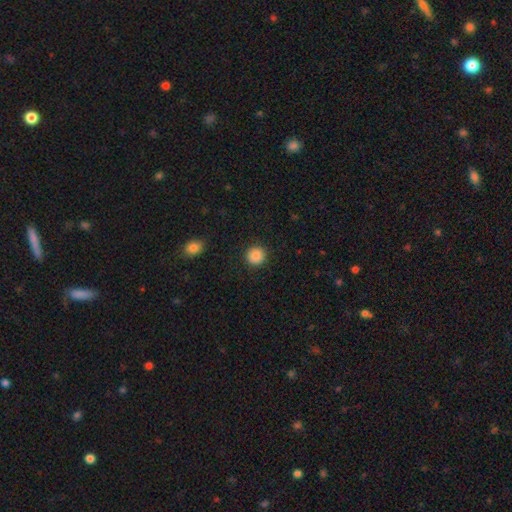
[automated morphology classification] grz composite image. It shows a smooth galaxy with no disk features (87%) that is round (94%). Merging: none (92%).